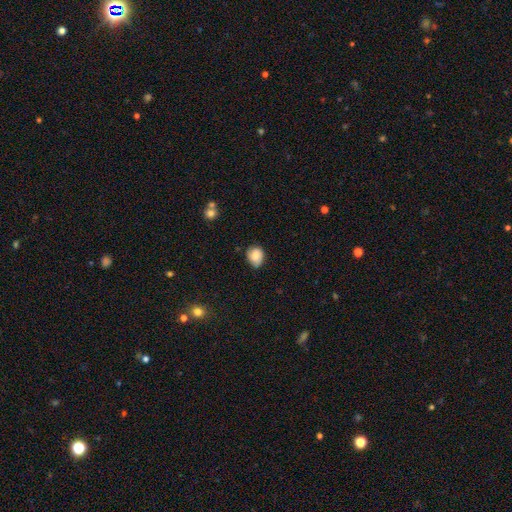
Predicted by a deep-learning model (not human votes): Smooth or featured? Predicted: smooth (p=0.79). How rounded? Predicted: round (p=0.57). Merging? Predicted: none (p=0.64).